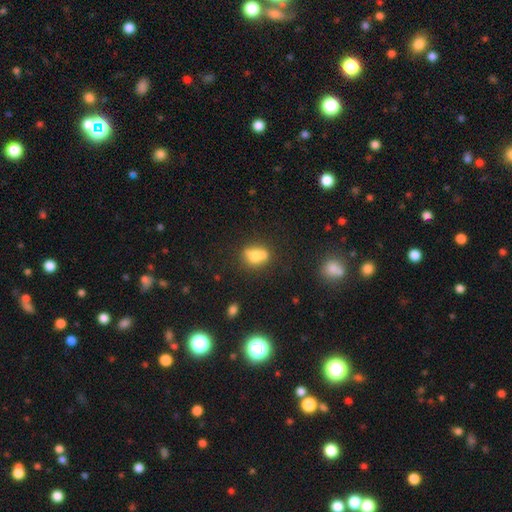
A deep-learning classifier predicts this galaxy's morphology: Overall: smooth (63%; featured or disk 25%). How rounded: round (57%; in between 40%). Merging: none (46%; merger 35%).